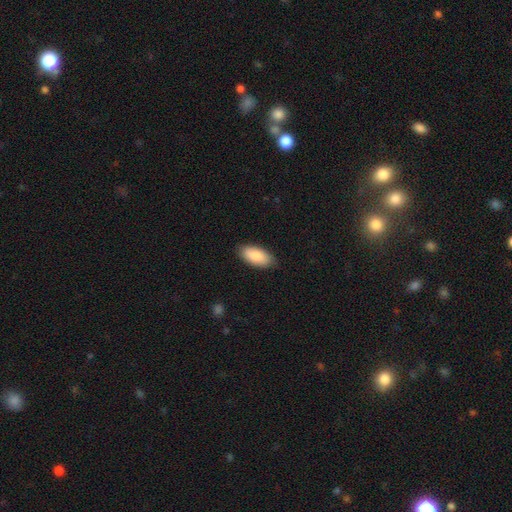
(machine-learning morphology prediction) Smooth or featured? smooth (86%)
How rounded? in between (93%)
Merging? none (86%)